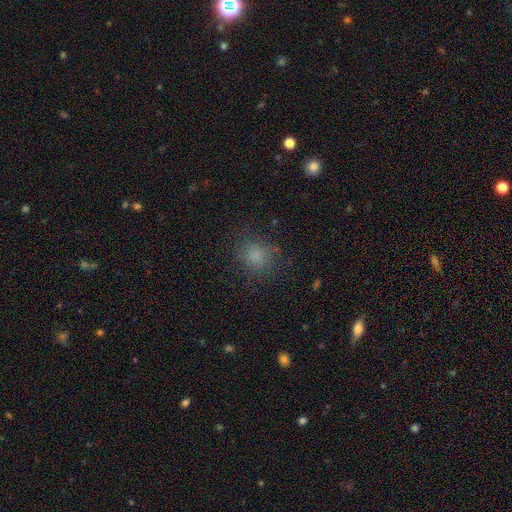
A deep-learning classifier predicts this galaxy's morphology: Overall: smooth (79%). How rounded: round (82%). Merging: none (80%).